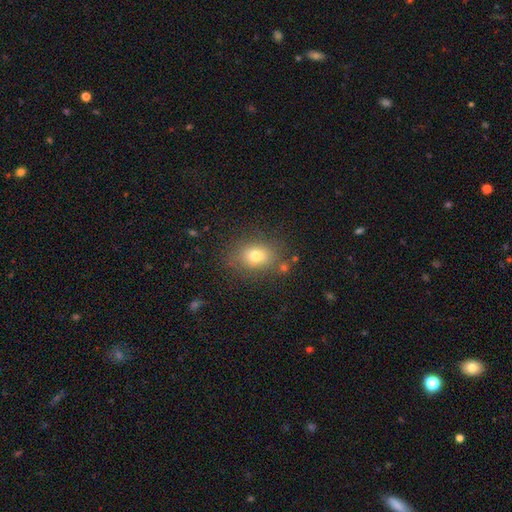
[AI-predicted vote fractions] Overall: smooth (75%). How rounded: in between (58%; round 41%). Merging: none (79%).